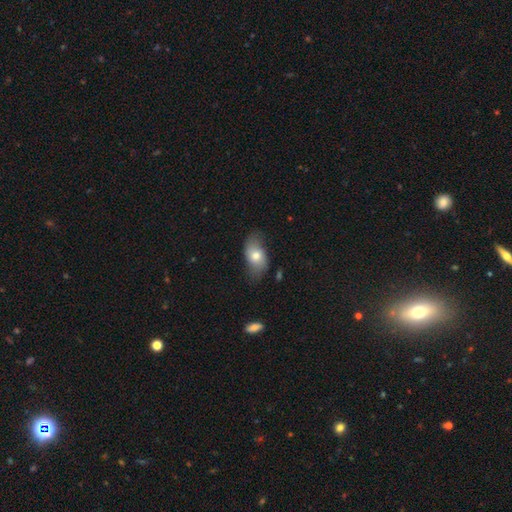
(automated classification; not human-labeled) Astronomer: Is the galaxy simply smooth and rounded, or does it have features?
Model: smooth — 67%.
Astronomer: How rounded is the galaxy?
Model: in between — 89%.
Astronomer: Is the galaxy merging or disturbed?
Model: none — 65%.